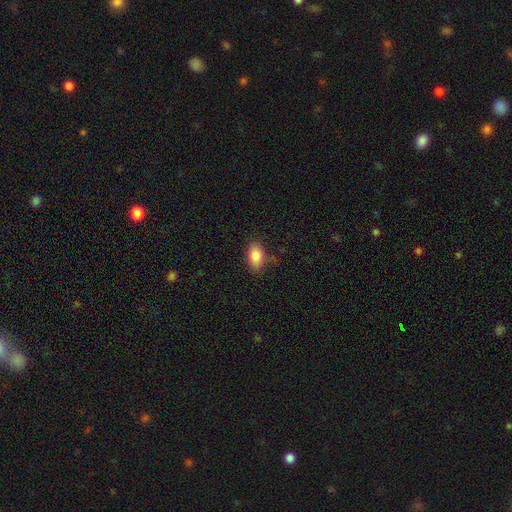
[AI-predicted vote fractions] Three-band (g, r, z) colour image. It shows a smooth galaxy with no disk features (86%) that is in between round and cigar-shaped (91%). Merging: none (80%).